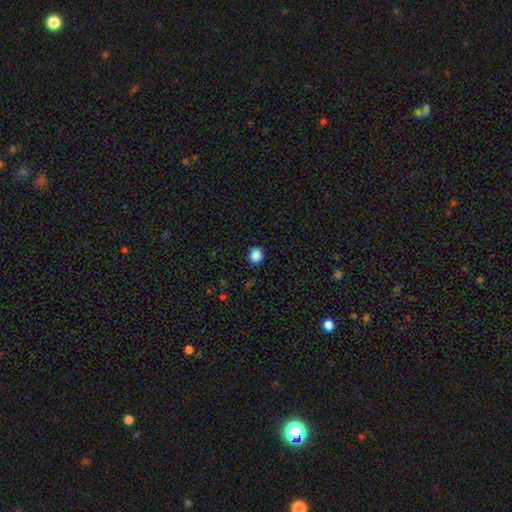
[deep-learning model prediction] Overall: smooth (87%). How rounded: round (80%). Merging: none (90%).